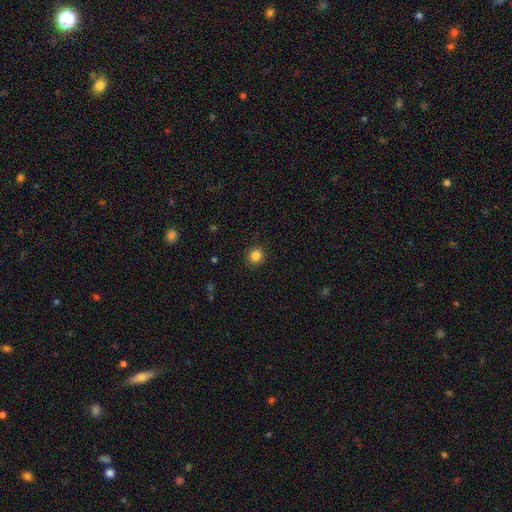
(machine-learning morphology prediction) smooth_or_featured: smooth (p=0.86) [alt: star or artifact p=0.11]
how_rounded: round (p=0.88) [alt: in between p=0.11]
merging: none (p=0.90) [alt: minor disturbance p=0.06]